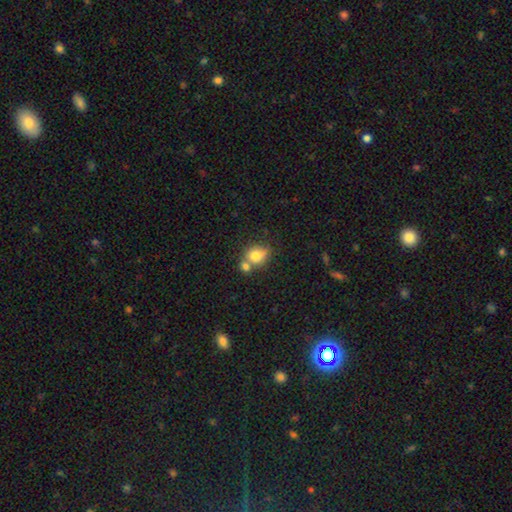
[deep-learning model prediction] Smooth or featured? smooth (78%)
How rounded? round (59%)
Merging? none (41%, tied with merger)